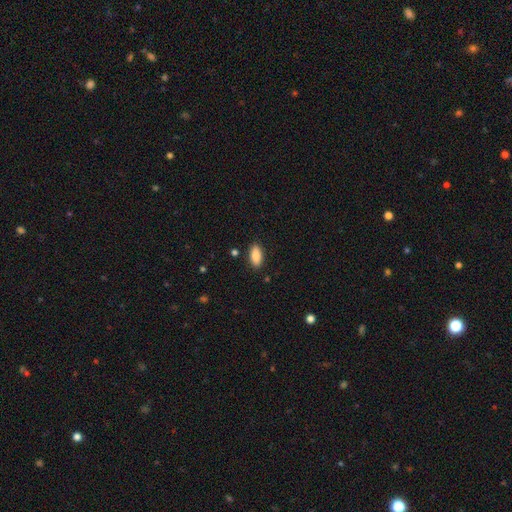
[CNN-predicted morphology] This appears to be a smooth galaxy with no disk features (86%) that is in between round and cigar-shaped (89%). Merging: none (87%).